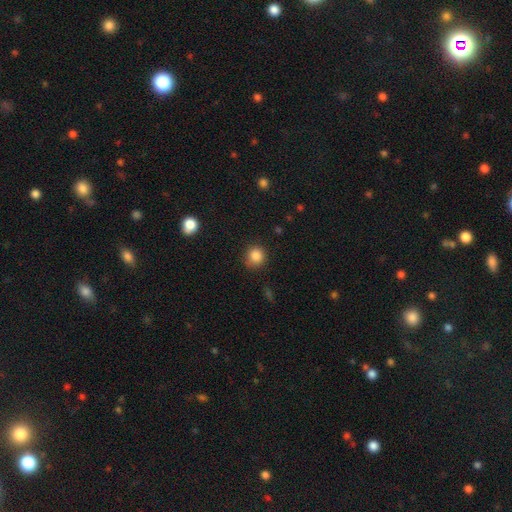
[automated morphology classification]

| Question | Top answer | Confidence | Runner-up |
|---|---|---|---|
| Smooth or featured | smooth | 86% | star or artifact (11%) |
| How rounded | round | 90% | in between (9%) |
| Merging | none | 83% | minor disturbance (12%) |